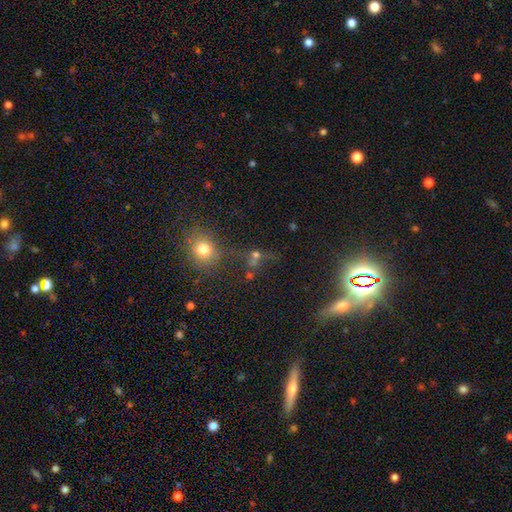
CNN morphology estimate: Smooth or featured? Predicted: smooth (p=0.45). Merging? Predicted: none (p=0.47).